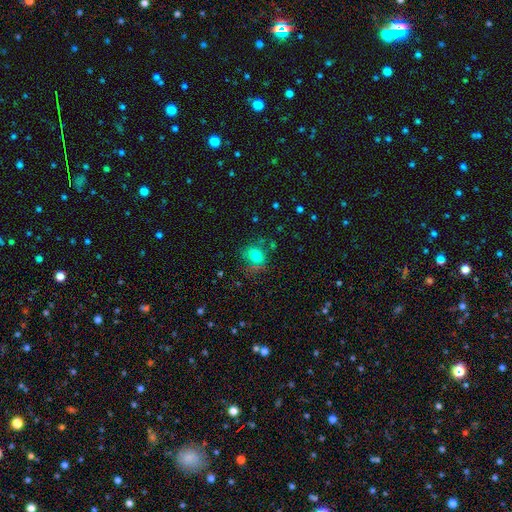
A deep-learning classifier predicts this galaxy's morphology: A smooth galaxy with no disk features (75%) that is in between round and cigar-shaped (64%). Merging: none (65%).